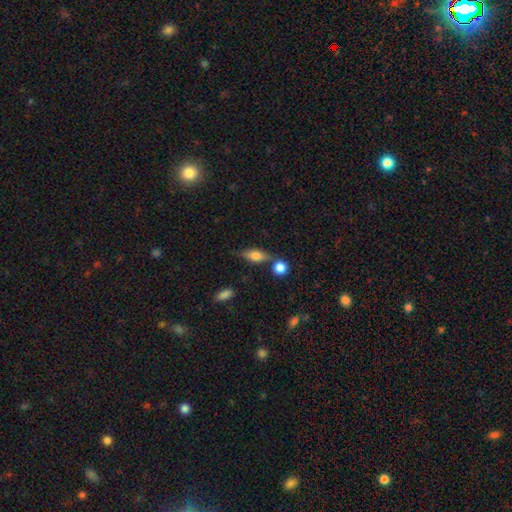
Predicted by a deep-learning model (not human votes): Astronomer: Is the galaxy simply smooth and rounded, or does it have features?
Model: smooth — 61%.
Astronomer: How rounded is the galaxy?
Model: in between — 68%.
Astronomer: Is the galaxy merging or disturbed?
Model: none — 63%.